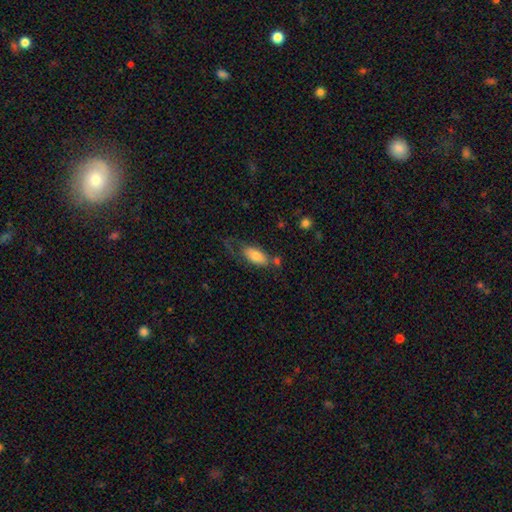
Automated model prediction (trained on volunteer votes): Overall: smooth (74%). How rounded: in between (88%). Merging: none (42%; minor disturbance 26%).